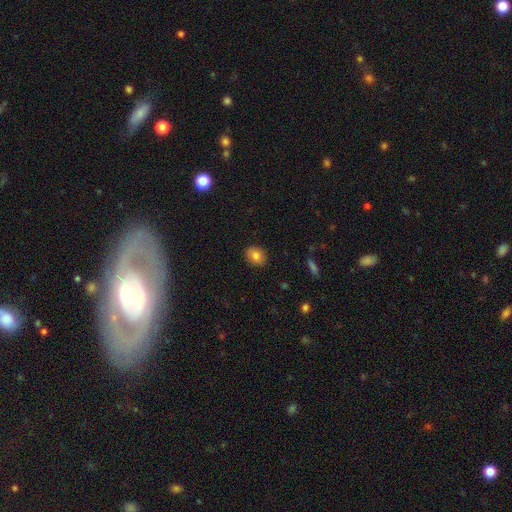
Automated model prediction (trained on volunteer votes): Smooth or featured?
  - smooth: 81% *
  - featured or disk: 10%
  - star or artifact: 9%
How rounded?
  - round: 54% *
  - in between: 45%
  - cigar-shaped: 1%
Merging?
  - none: 88% *
  - minor disturbance: 9%
  - major disturbance: 2%
  - merger: 1%